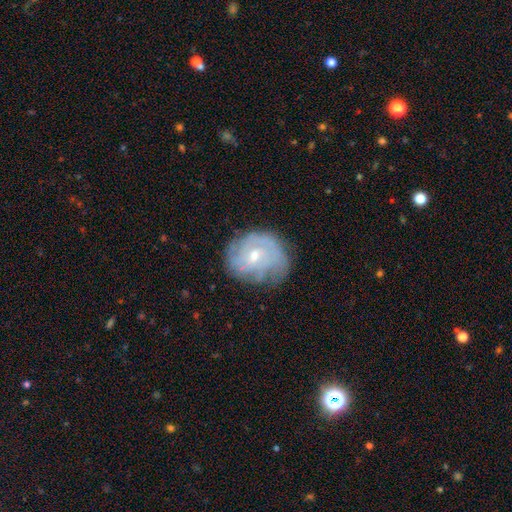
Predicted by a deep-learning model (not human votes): Smooth or featured? featured or disk (69%)
Edge-on disk? no (97%)
Bar? no (59%)
Spiral arms? yes (82%)
Spiral winding? tight (62%)
Spiral arm count? can't tell (50%)
Bulge size? small (53%)
Merging? none (64%)